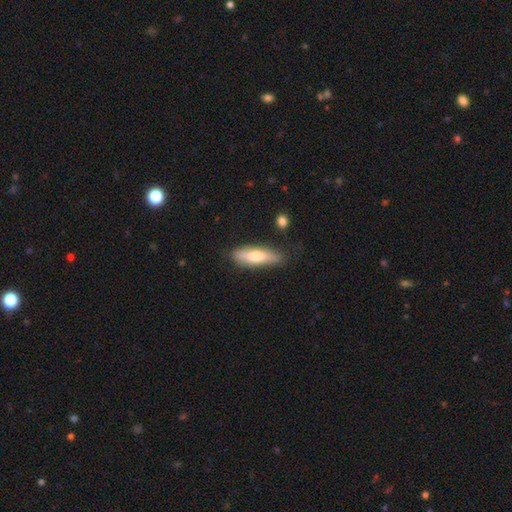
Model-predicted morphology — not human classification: This is likely a smooth galaxy (65%). How rounded: possibly cigar-shaped (53%). Merging: likely none (79%).